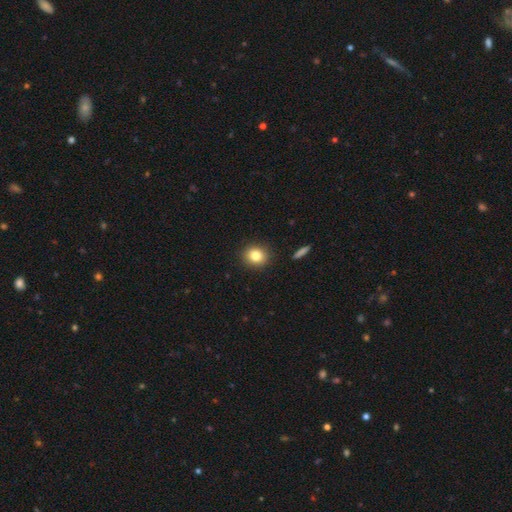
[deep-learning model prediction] Q: Smooth or featured?
A: smooth (82%); runner-up: star or artifact (10%)
Q: How rounded?
A: round (77%); runner-up: in between (22%)
Q: Merging?
A: none (91%); runner-up: minor disturbance (6%)